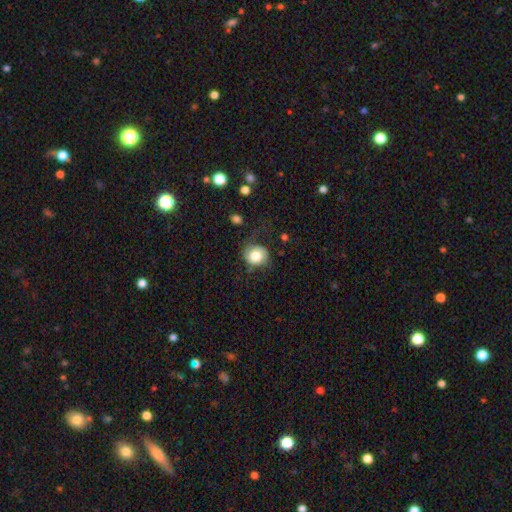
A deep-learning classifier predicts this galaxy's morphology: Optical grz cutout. It shows a smooth galaxy with no disk features (69%) that is round (77%). Merging: none (51%).